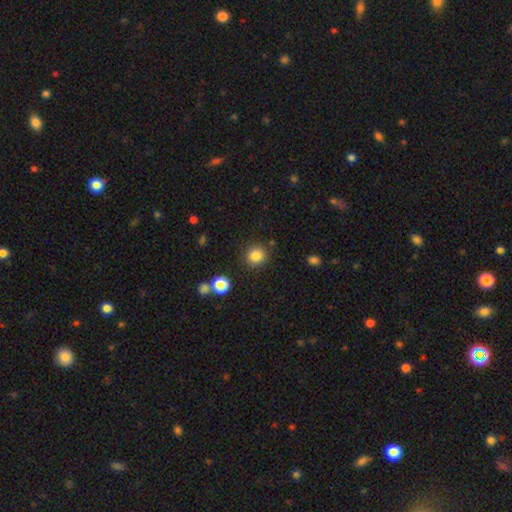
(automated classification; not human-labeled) The model was most divided on "how rounded": round: 85%, in between: 14%, cigar-shaped: 1%. More confident: merging — none (86%); smooth or featured — smooth (84%).